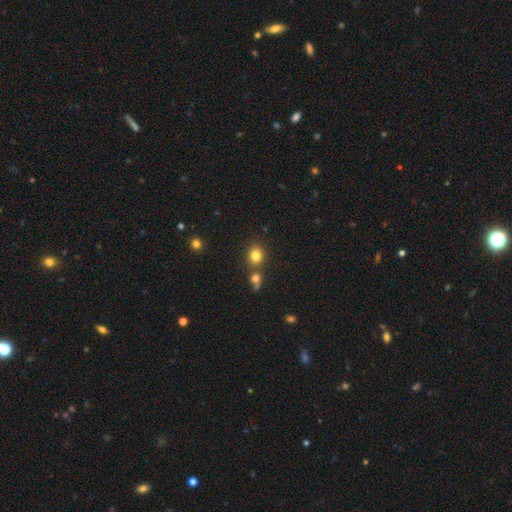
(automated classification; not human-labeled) Q: Smooth or featured?
A: smooth (80%); runner-up: star or artifact (13%)
Q: How rounded?
A: round (71%); runner-up: in between (28%)
Q: Merging?
A: none (69%); runner-up: merger (19%)